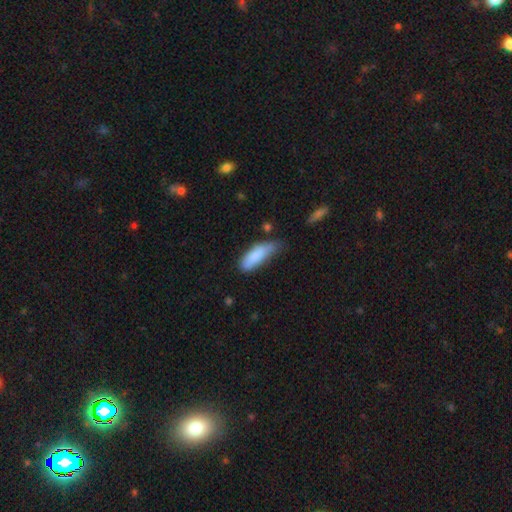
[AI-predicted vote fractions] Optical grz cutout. It shows a smooth galaxy with no disk features (84%) that is in between round and cigar-shaped (62%). Merging: minor disturbance (43%).